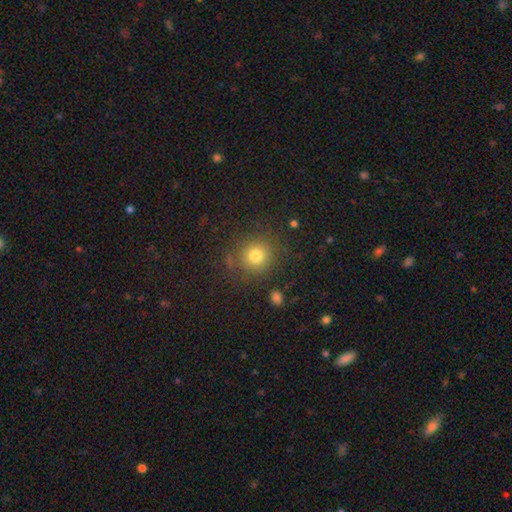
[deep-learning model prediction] smooth-or-featured: smooth: 77% | star or artifact: 15% | featured or disk: 8%
  how-rounded: round: 90% | in between: 9% | cigar-shaped: 1%
  merging: none: 82% | minor disturbance: 10% | major disturbance: 4% | merger: 3%